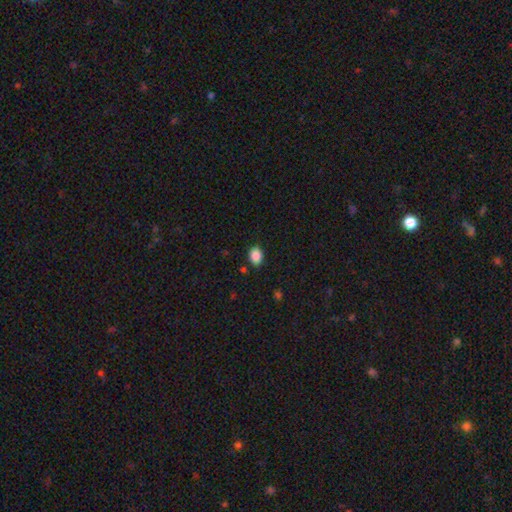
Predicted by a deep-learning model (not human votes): This is clearly a smooth galaxy (88%). How rounded: likely in between (69%). Merging: clearly none (85%).